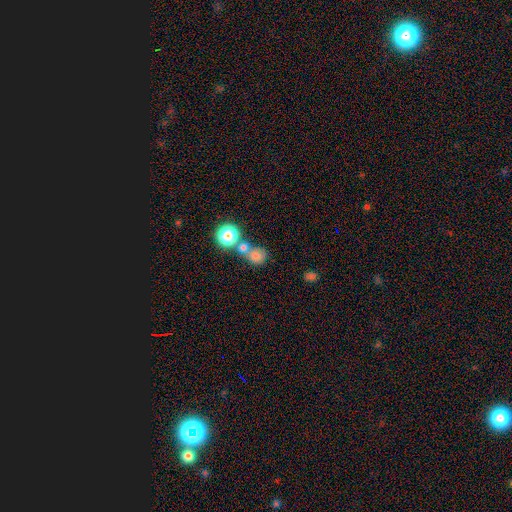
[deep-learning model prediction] This is likely a smooth galaxy (73%). How rounded: likely round (75%). Merging: marginally none (45%).